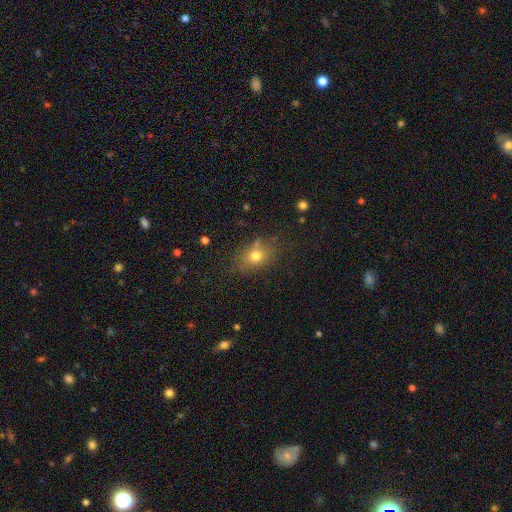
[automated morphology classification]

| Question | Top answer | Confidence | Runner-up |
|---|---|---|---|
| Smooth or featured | smooth | 74% | star or artifact (13%) |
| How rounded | in between | 61% | round (37%) |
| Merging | none | 72% | minor disturbance (17%) |